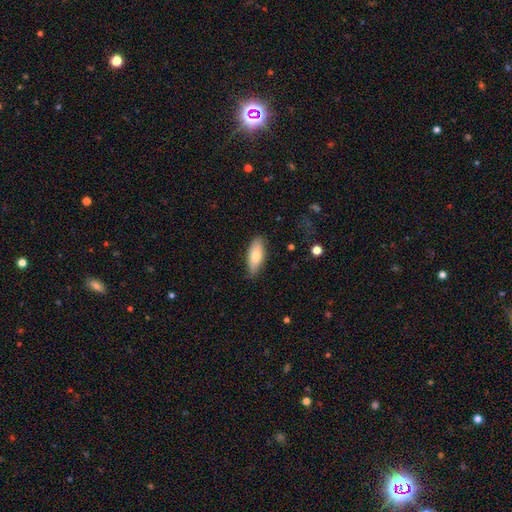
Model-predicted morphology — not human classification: Smooth or featured? smooth (75%)
How rounded? in between (76%)
Merging? none (82%)